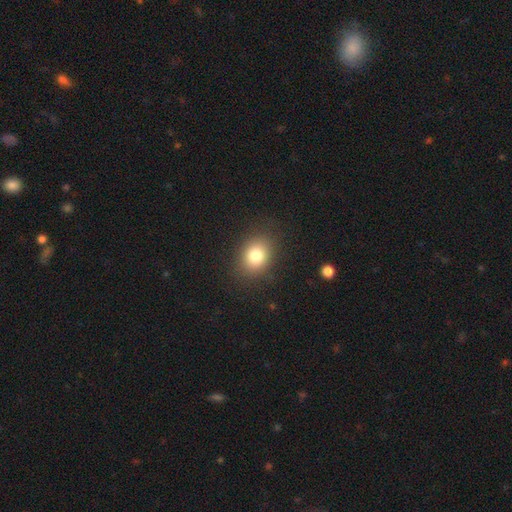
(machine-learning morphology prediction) Smooth or featured?
  - smooth: 80% *
  - star or artifact: 11%
  - featured or disk: 9%
How rounded?
  - in between: 53% *
  - round: 46%
  - cigar-shaped: 1%
Merging?
  - none: 86% *
  - minor disturbance: 9%
  - major disturbance: 4%
  - merger: 1%